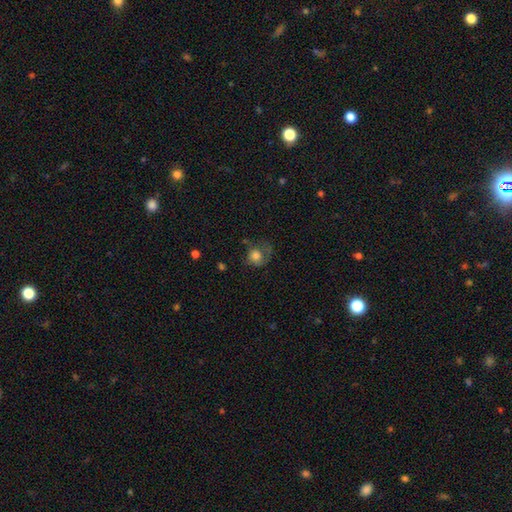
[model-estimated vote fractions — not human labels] The model was most divided on "merging": none: 38%, major disturbance: 34%, minor disturbance: 26%, merger: 3%. More confident: how rounded — round (74%); smooth or featured — smooth (70%).